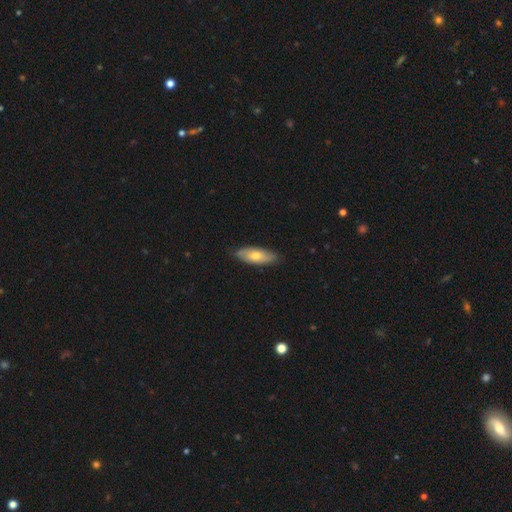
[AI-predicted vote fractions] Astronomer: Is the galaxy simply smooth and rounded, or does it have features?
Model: smooth — 60%.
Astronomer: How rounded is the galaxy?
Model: in between — 75%.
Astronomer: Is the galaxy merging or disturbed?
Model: none — 81%.